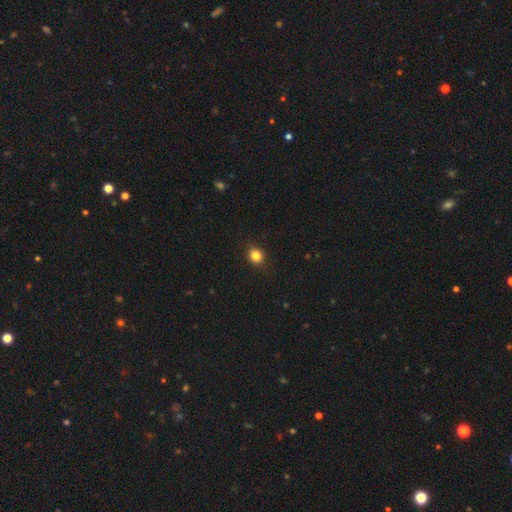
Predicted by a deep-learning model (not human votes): Smooth or featured? Predicted: smooth (p=0.83). How rounded? Predicted: round (p=0.58). Merging? Predicted: none (p=0.86).